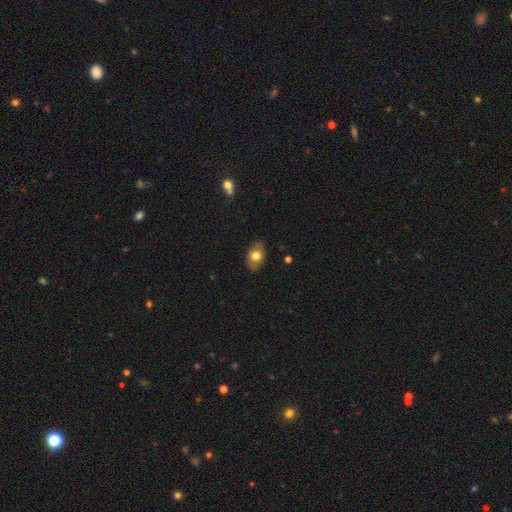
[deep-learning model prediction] smooth-or-featured: smooth: 73% | featured or disk: 19% | star or artifact: 8%
  how-rounded: in between: 83% | round: 16% | cigar-shaped: 1%
  merging: none: 85% | minor disturbance: 12% | major disturbance: 2% | merger: 1%